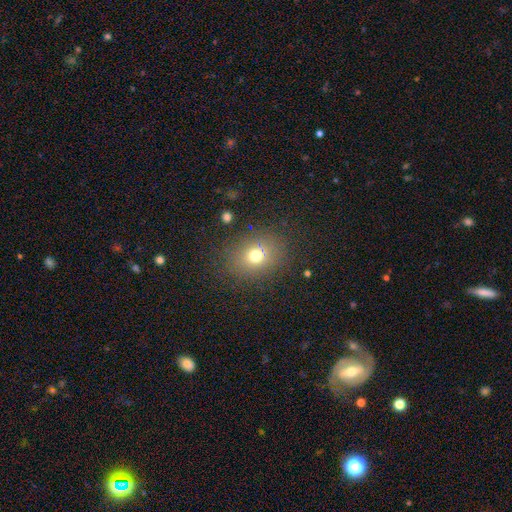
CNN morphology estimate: smooth_or_featured: smooth (p=0.71) [alt: star or artifact p=0.17]
how_rounded: round (p=0.56) [alt: in between p=0.43]
merging: none (p=0.83) [alt: minor disturbance p=0.10]